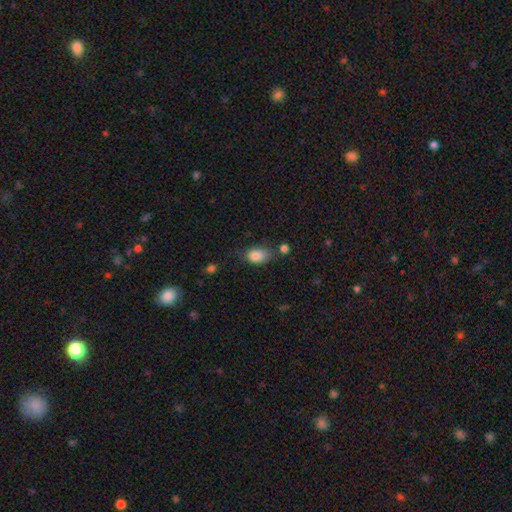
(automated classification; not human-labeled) smooth_or_featured: smooth (p=0.85) [alt: star or artifact p=0.09]
how_rounded: in between (p=0.84) [alt: round p=0.15]
merging: none (p=0.59) [alt: minor disturbance p=0.27]